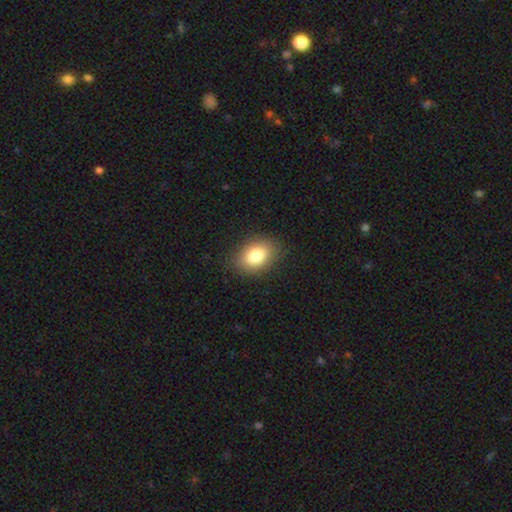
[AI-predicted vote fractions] Overall: smooth (84%). How rounded: in between (81%). Merging: none (85%).